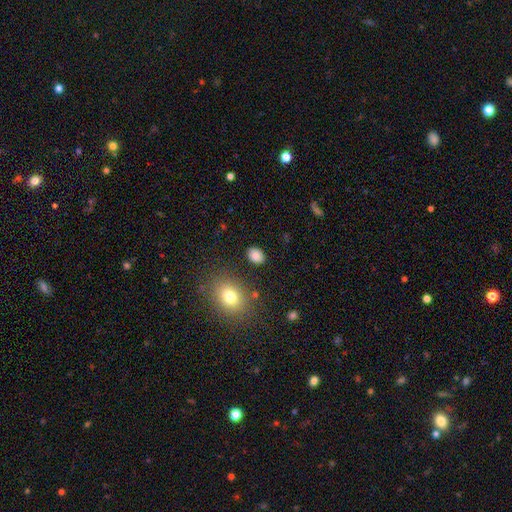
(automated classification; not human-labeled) Smooth or featured: smooth — 84% (star or artifact — 10%)
How rounded: in between — 67% (round — 32%)
Merging: none — 86% (minor disturbance — 9%)